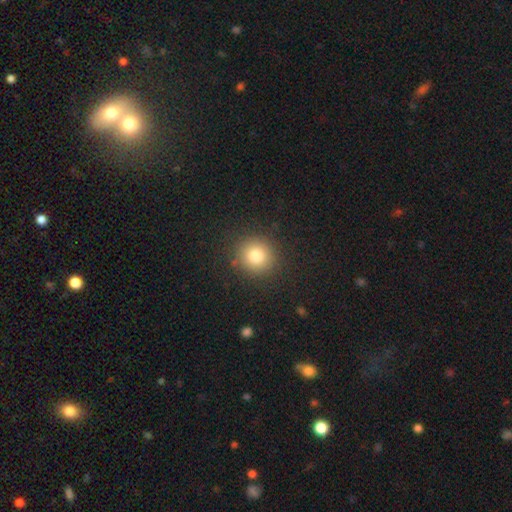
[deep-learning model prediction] Smooth or featured?
  - smooth: 79% *
  - star or artifact: 13%
  - featured or disk: 8%
How rounded?
  - round: 91% *
  - in between: 8%
  - cigar-shaped: 1%
Merging?
  - none: 90% *
  - minor disturbance: 6%
  - major disturbance: 3%
  - merger: 1%